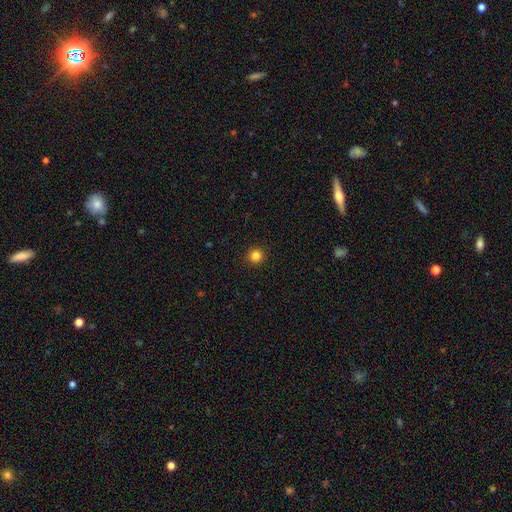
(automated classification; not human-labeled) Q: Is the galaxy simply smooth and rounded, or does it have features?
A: smooth — 84%.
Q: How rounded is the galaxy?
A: round — 95%.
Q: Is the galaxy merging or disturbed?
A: none — 93%.